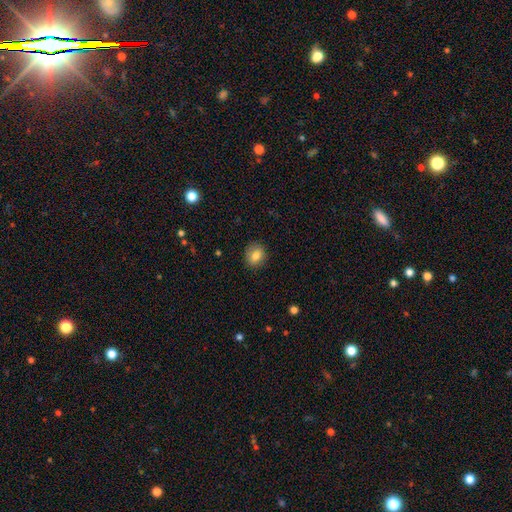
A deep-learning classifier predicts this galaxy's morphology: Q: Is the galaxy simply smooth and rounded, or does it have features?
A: smooth — 79%.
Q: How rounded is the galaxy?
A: round — 64%.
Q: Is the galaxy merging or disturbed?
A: none — 85%.